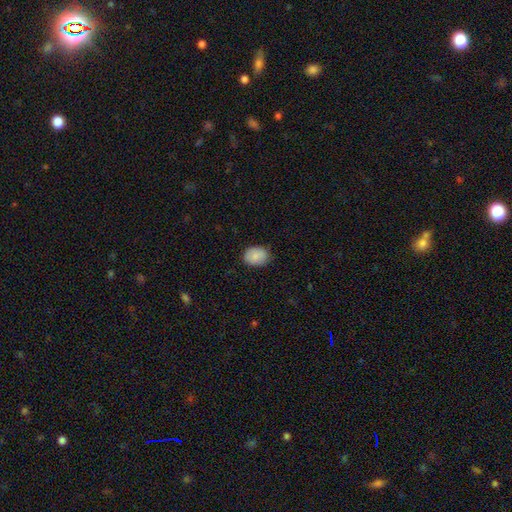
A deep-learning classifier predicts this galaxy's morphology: Q: Smooth or featured?
A: smooth (84%); runner-up: featured or disk (8%)
Q: How rounded?
A: in between (64%); runner-up: round (35%)
Q: Merging?
A: none (81%); runner-up: minor disturbance (15%)